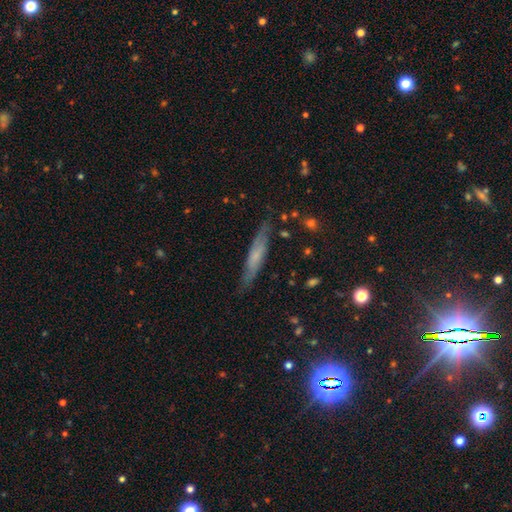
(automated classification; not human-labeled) A smooth galaxy with no disk features (46%, tied with featured or disk). Merging: none (79%).